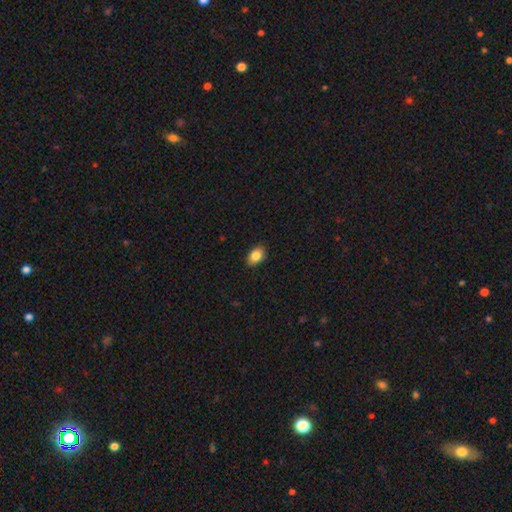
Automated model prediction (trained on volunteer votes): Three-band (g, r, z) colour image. It shows a smooth galaxy with no disk features (84%) that is in between round and cigar-shaped (86%). Merging: none (88%).